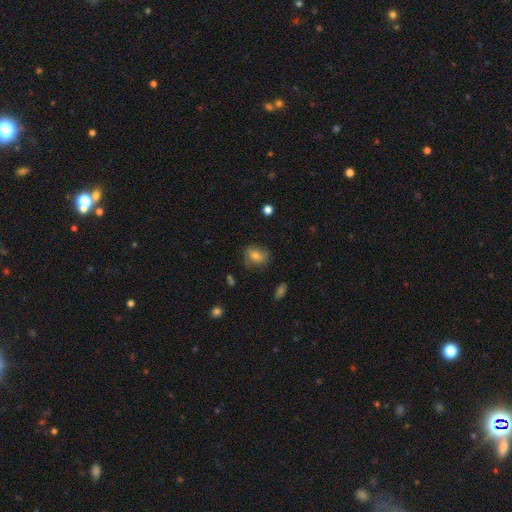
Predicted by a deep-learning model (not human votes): Smooth or featured: smooth — 65% (featured or disk — 23%)
How rounded: in between — 53% (round — 46%)
Merging: none — 72% (minor disturbance — 20%)